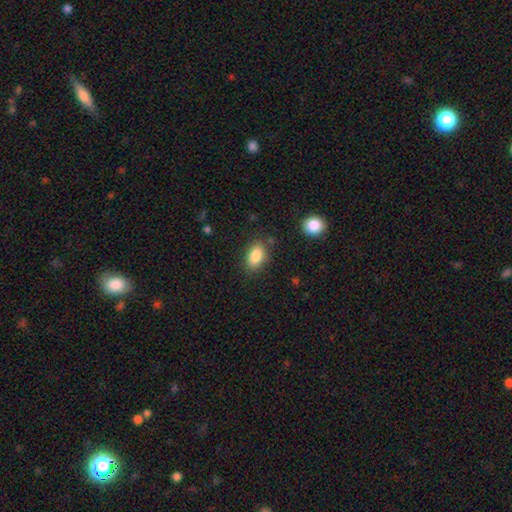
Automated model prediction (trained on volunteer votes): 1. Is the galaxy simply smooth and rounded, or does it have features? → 85% smooth, 8% star or artifact, 7% featured or disk.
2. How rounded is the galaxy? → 88% in between, 9% round, 3% cigar-shaped.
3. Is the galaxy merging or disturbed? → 83% none, 12% minor disturbance, 3% major disturbance, 2% merger.